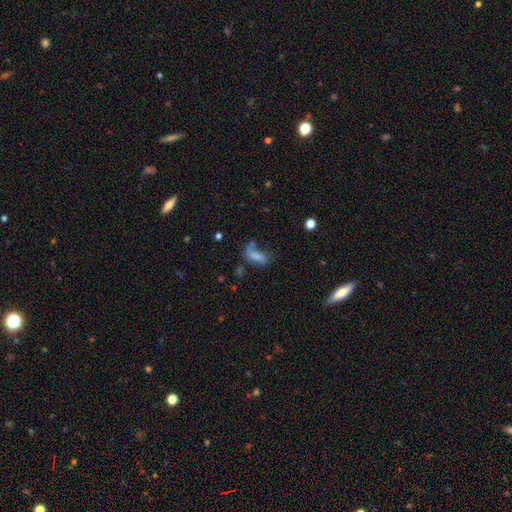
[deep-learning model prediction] Morphology: type=smooth (70%); roundness=in between (72%); merging=none (33%).